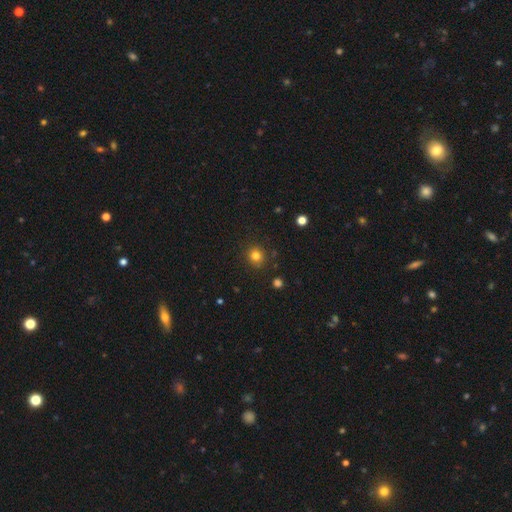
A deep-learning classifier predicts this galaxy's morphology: The model was most divided on "smooth or featured": smooth: 81%, star or artifact: 14%, featured or disk: 6%. More confident: how rounded — round (88%); merging — none (87%).